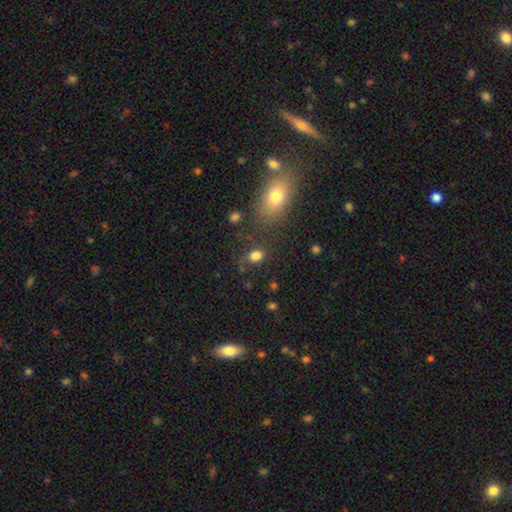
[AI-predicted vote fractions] Q: Smooth or featured?
A: smooth (81%); runner-up: star or artifact (13%)
Q: How rounded?
A: in between (50%); runner-up: round (49%)
Q: Merging?
A: none (70%); runner-up: minor disturbance (16%)